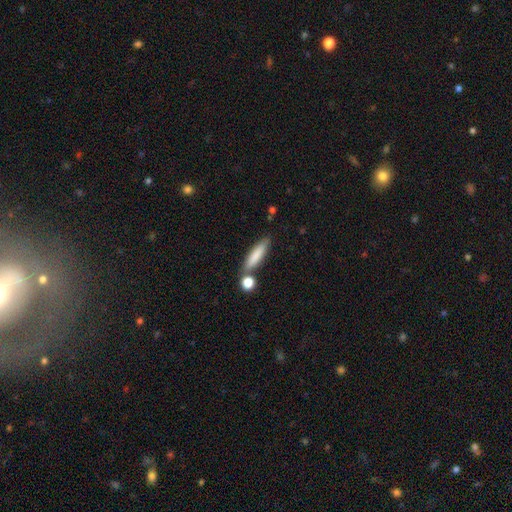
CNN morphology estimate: smooth 78%, featured or disk 16%, star or artifact 6%. Down the decision tree: how rounded — cigar-shaped (76%); merging — none (70%).